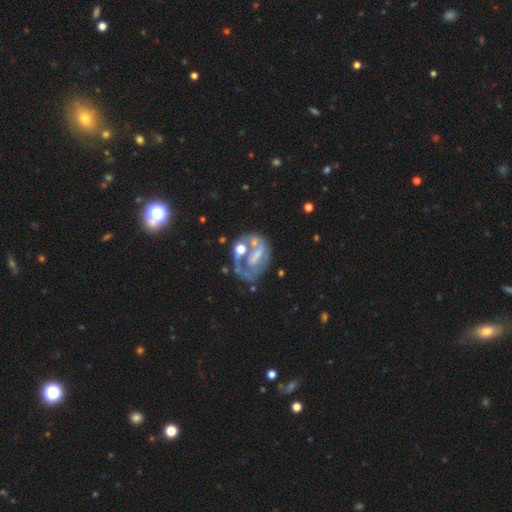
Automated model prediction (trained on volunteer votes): This appears to be a featured or disk galaxy (68%) with no bar (45%), no spiral arms (53%) and no central bulge (39%). Merging: none (34%).